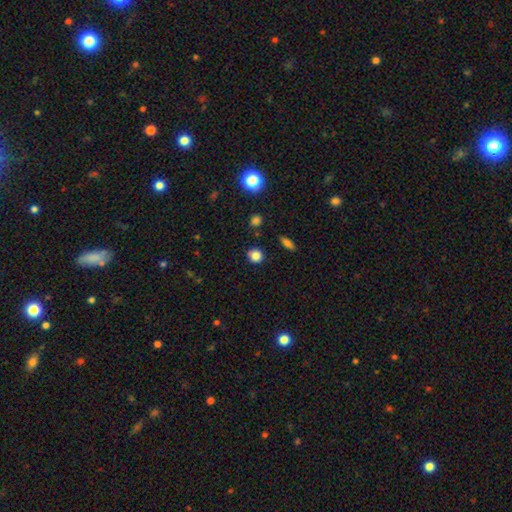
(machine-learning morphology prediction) This is clearly a smooth galaxy (82%). How rounded: clearly round (87%). Merging: clearly none (84%).